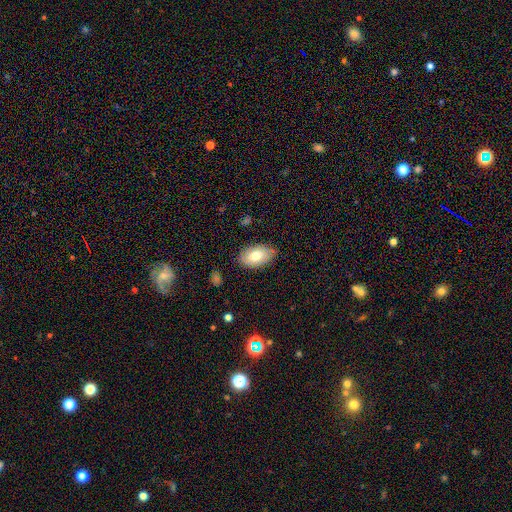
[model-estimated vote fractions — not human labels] Smooth or featured?
  - smooth: 75% *
  - featured or disk: 18%
  - star or artifact: 7%
How rounded?
  - in between: 93% *
  - round: 5%
  - cigar-shaped: 2%
Merging?
  - none: 83% *
  - minor disturbance: 13%
  - major disturbance: 3%
  - merger: 1%